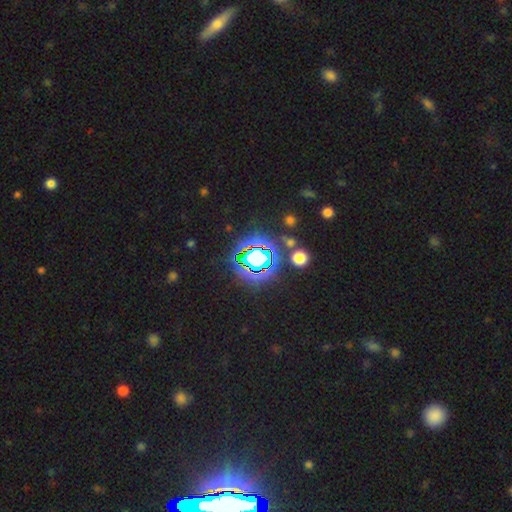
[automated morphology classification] Smooth or featured: star or artifact — 71% (smooth — 18%)